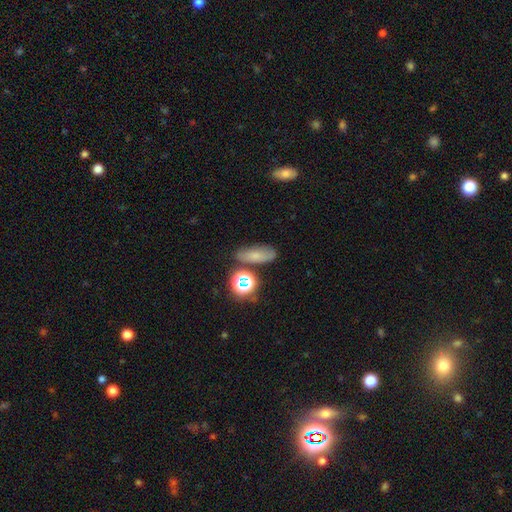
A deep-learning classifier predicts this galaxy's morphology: A smooth galaxy with no disk features (63%) that is in between round and cigar-shaped (68%).

Vote fractions:
- Smooth or featured? smooth: 63% / star or artifact: 21% / featured or disk: 17%
- How rounded? in between: 68% / cigar-shaped: 19% / round: 14%
- Merging? none: 67% / minor disturbance: 18% / merger: 9% / major disturbance: 6%